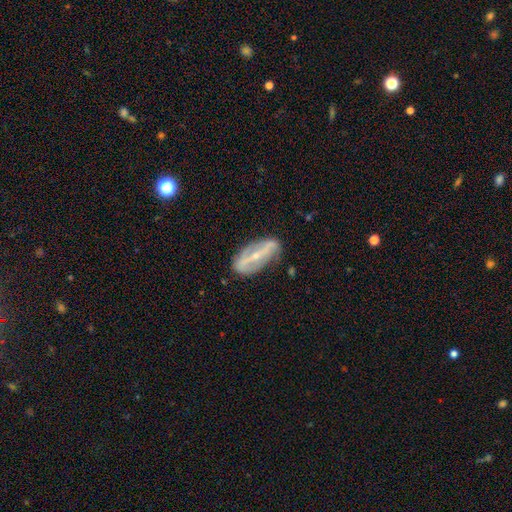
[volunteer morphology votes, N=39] A featured or disk galaxy (90%) with a strong bar (86%), 2 (76%) loose (41%) spiral arms (61%) and a small central bulge (89%). Merging: none (72%).